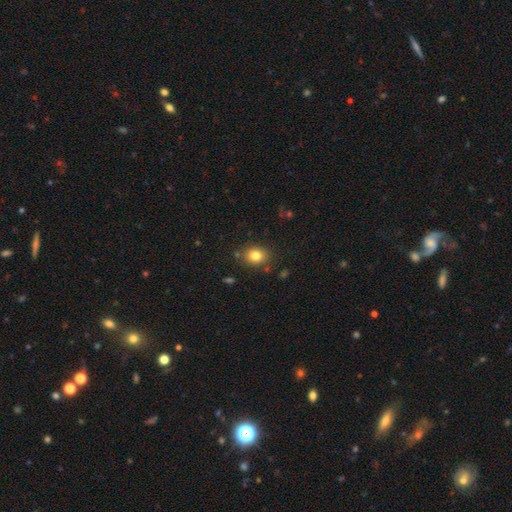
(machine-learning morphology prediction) smooth-or-featured: smooth: 81% | star or artifact: 11% | featured or disk: 8%
  how-rounded: round: 59% | in between: 40% | cigar-shaped: 1%
  merging: none: 84% | minor disturbance: 10% | major disturbance: 3% | merger: 3%